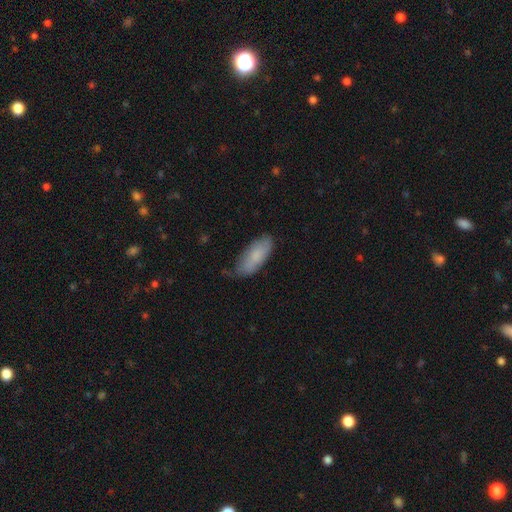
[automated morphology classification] A smooth galaxy with no disk features (79%) that is in between round and cigar-shaped (81%).

Vote fractions:
- Smooth or featured? smooth: 79% / featured or disk: 15% / star or artifact: 6%
- How rounded? in between: 81% / cigar-shaped: 18% / round: 2%
- Merging? none: 59% / minor disturbance: 33% / major disturbance: 6% / merger: 2%